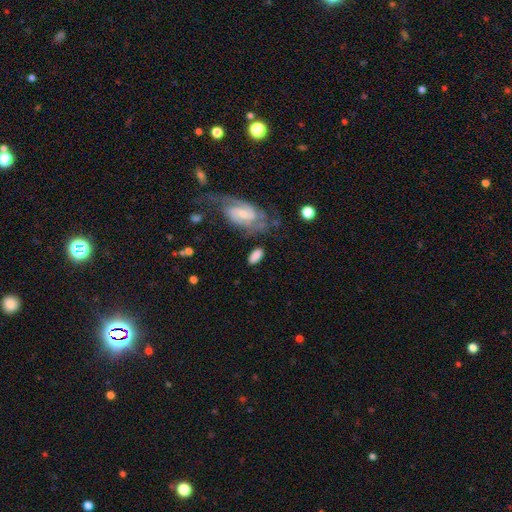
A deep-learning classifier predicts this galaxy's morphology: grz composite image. It shows a smooth galaxy with no disk features (69%) that is in between round and cigar-shaped (89%). Merging: none (66%).